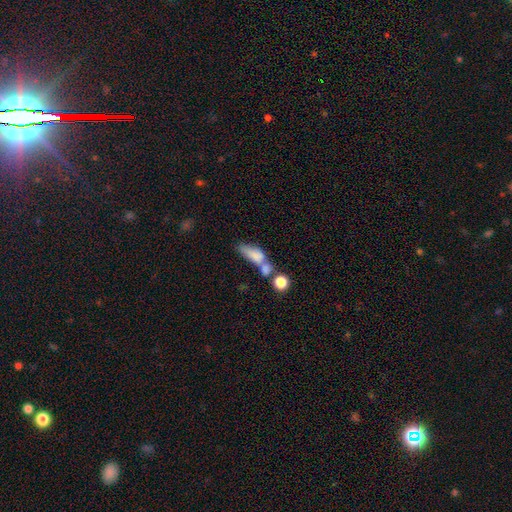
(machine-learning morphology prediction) Smooth or featured? smooth (72%)
How rounded? in between (68%)
Merging? merger (49%)